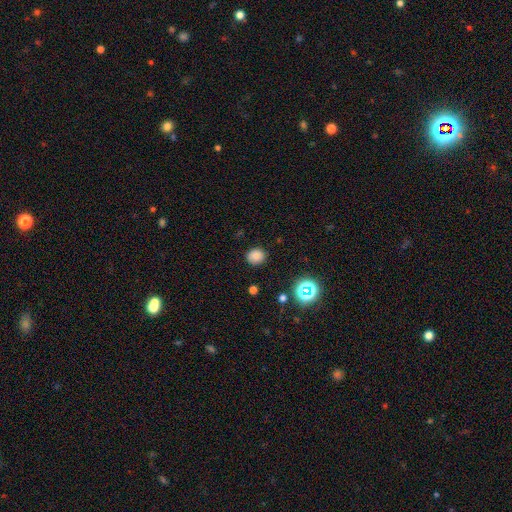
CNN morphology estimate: Overall: smooth (80%). How rounded: round (78%). Merging: none (88%).